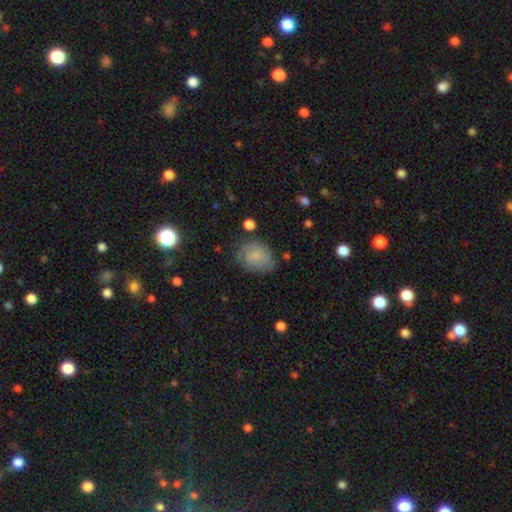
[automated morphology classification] A smooth galaxy with no disk features (64%) that is in between round and cigar-shaped (61%). Merging: none (59%).